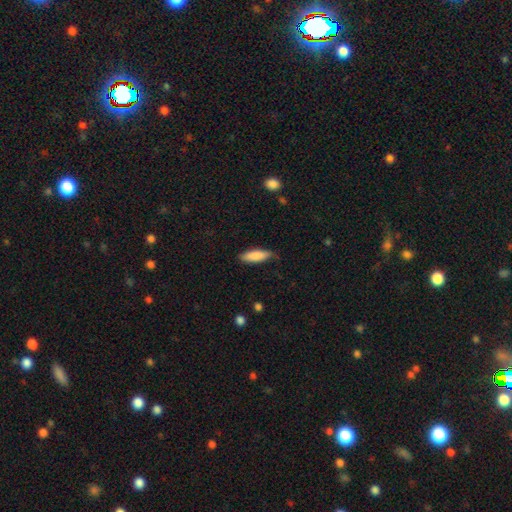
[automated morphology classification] A smooth galaxy with no disk features (86%) that is cigar-shaped (52%). Merging: none (78%).